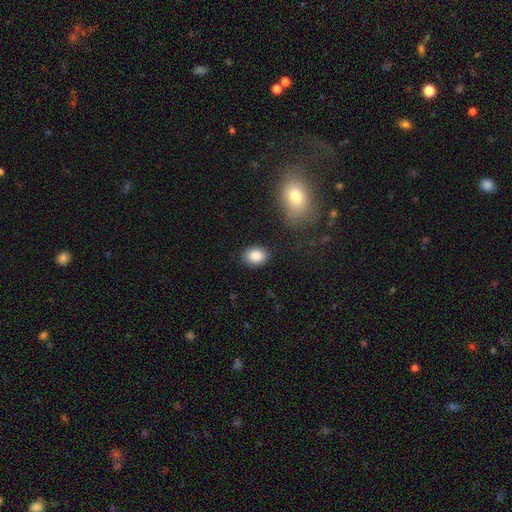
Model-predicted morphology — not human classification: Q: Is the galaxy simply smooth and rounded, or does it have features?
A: smooth — 87%.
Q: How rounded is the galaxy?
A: in between — 67%.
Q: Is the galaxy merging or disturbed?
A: none — 87%.